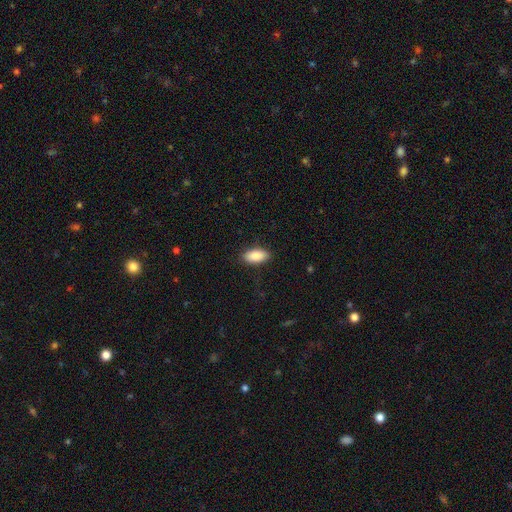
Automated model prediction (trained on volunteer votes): Smooth or featured? smooth (87%)
How rounded? in between (91%)
Merging? none (88%)